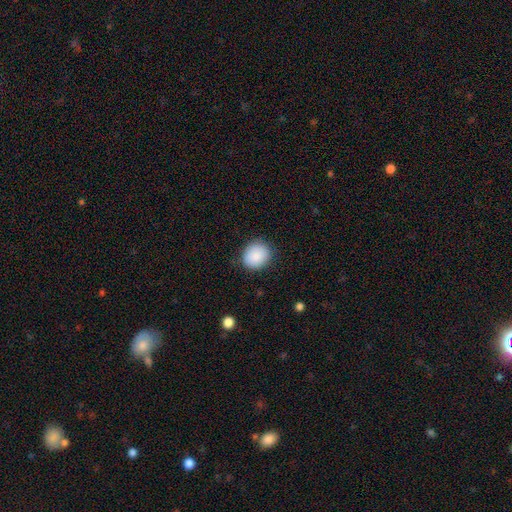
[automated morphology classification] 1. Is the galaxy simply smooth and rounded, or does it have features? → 87% smooth, 7% star or artifact, 6% featured or disk.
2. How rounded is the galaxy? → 70% round, 29% in between, 1% cigar-shaped.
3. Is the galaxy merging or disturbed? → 84% none, 12% minor disturbance, 3% major disturbance, 1% merger.